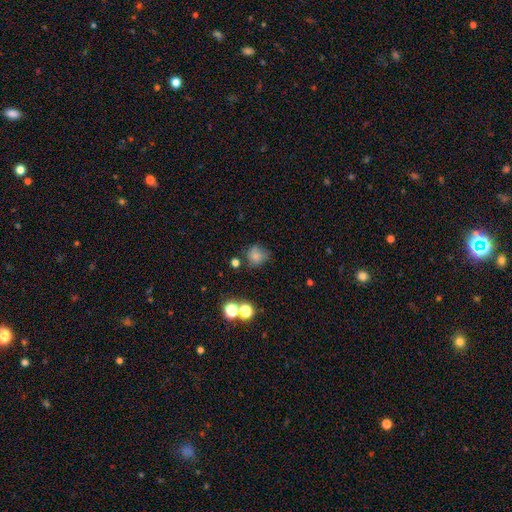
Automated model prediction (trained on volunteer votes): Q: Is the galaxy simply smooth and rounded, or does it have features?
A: smooth — 74%.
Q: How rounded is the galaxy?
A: round — 77%.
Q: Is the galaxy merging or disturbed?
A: none — 58%.